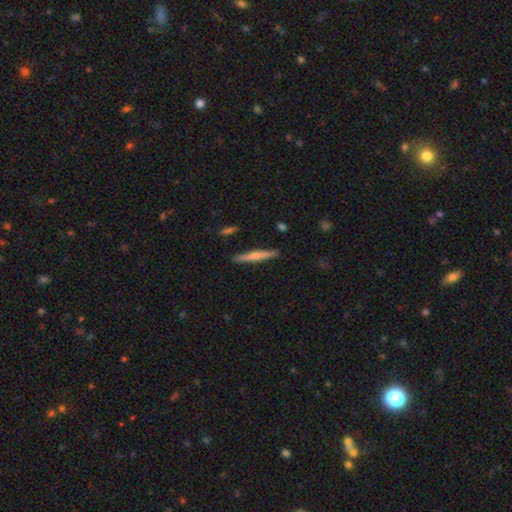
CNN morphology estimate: Smooth or featured? featured or disk (51%)
Edge-on disk? yes (97%)
Merging? none (90%)